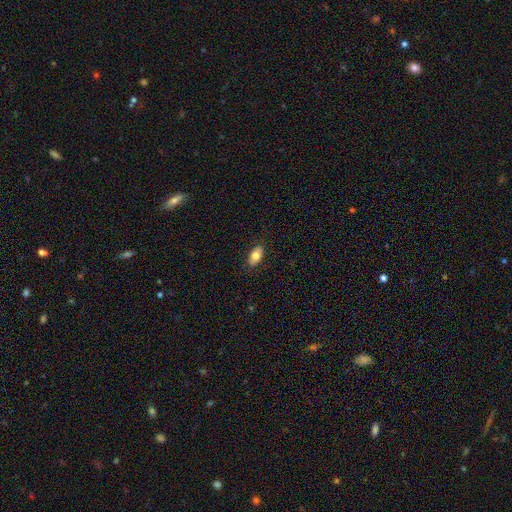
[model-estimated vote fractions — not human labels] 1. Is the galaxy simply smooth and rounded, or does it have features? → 77% smooth, 16% featured or disk, 7% star or artifact.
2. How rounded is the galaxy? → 92% in between, 5% round, 3% cigar-shaped.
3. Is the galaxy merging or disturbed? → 86% none, 11% minor disturbance, 2% major disturbance, 1% merger.